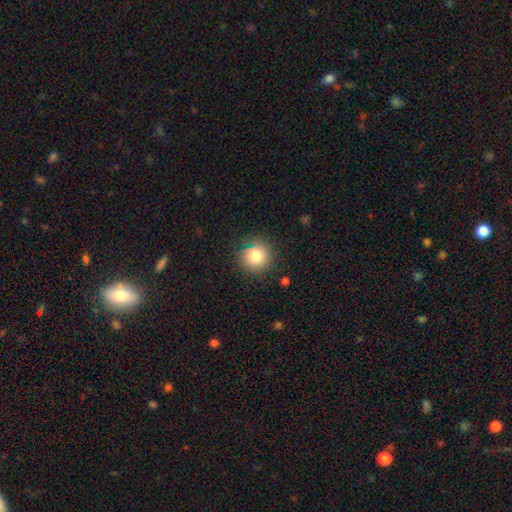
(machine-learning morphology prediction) smooth_or_featured: smooth (p=0.82) [alt: star or artifact p=0.11]
how_rounded: round (p=0.93) [alt: in between p=0.06]
merging: none (p=0.84) [alt: minor disturbance p=0.11]